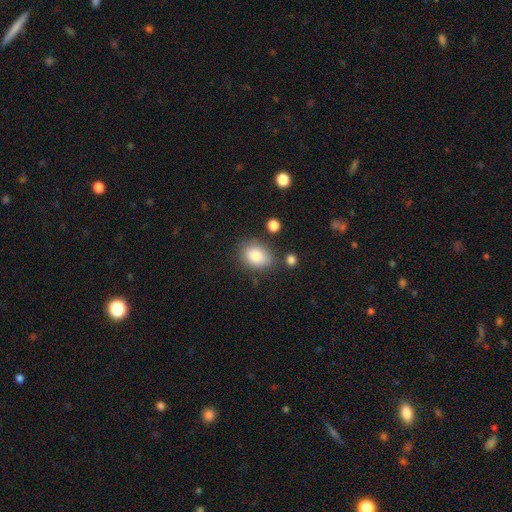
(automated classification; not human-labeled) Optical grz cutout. It shows a smooth galaxy with no disk features (84%) that is in between round and cigar-shaped (68%). Merging: none (75%).